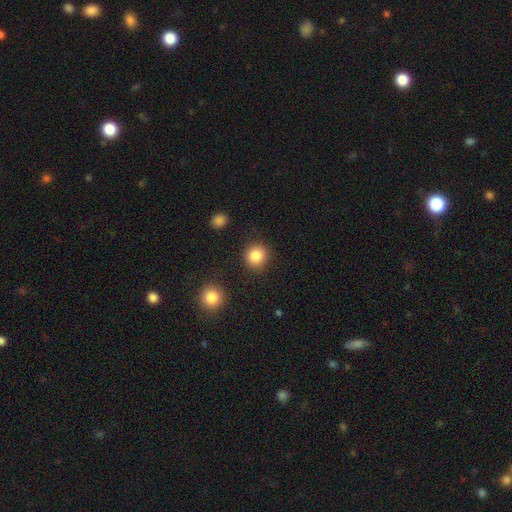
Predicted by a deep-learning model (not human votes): The model was most divided on "smooth or featured": smooth: 86%, star or artifact: 9%, featured or disk: 5%. More confident: how rounded — round (91%); merging — none (88%).